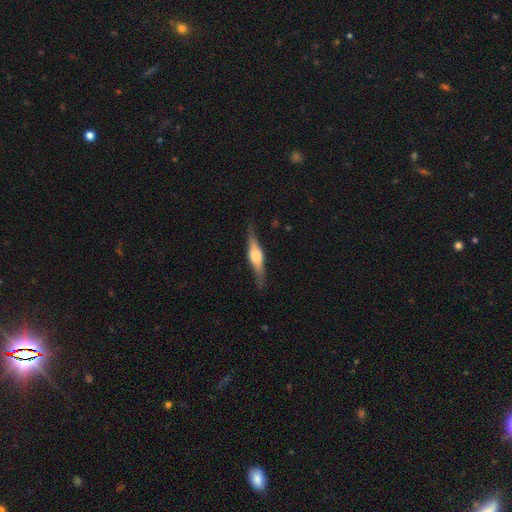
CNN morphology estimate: featured or disk 72%, smooth 22%, star or artifact 6%. Down the decision tree: edge-on disk — yes (97%); edge-on bulge — rounded (84%); merging — none (85%).